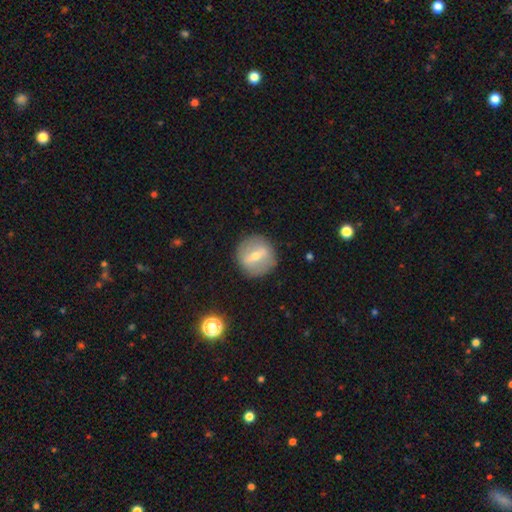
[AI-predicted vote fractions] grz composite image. It shows a featured or disk galaxy (59%). Merging: none (87%).